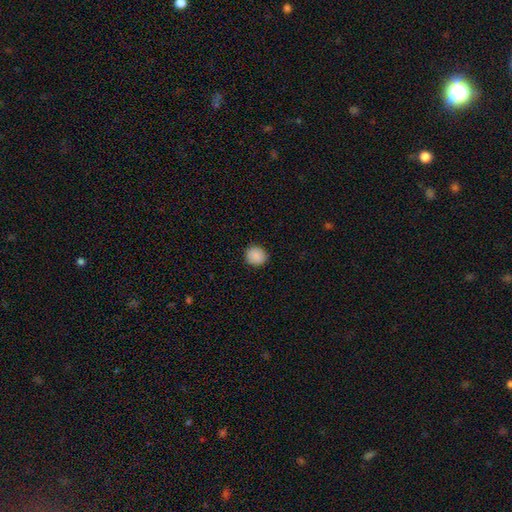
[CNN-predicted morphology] Smooth or featured? smooth (89%)
How rounded? round (86%)
Merging? none (90%)